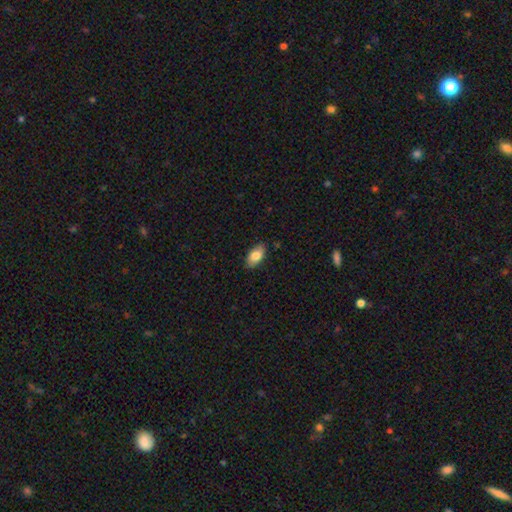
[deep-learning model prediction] Morphology: type=smooth (82%); roundness=in between (92%); merging=none (85%).